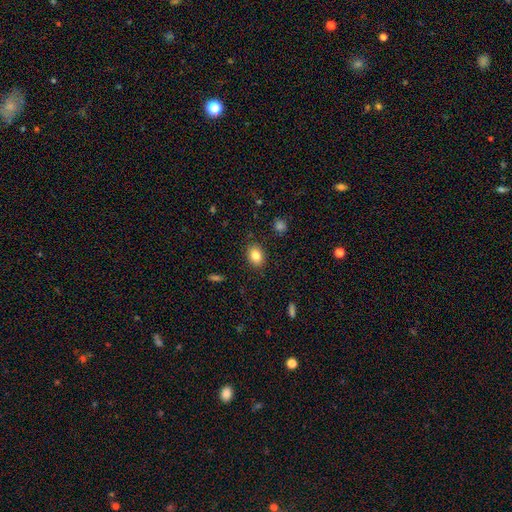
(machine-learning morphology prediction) Q: Smooth or featured?
A: smooth (83%); runner-up: star or artifact (9%)
Q: How rounded?
A: in between (64%); runner-up: round (34%)
Q: Merging?
A: none (88%); runner-up: minor disturbance (9%)